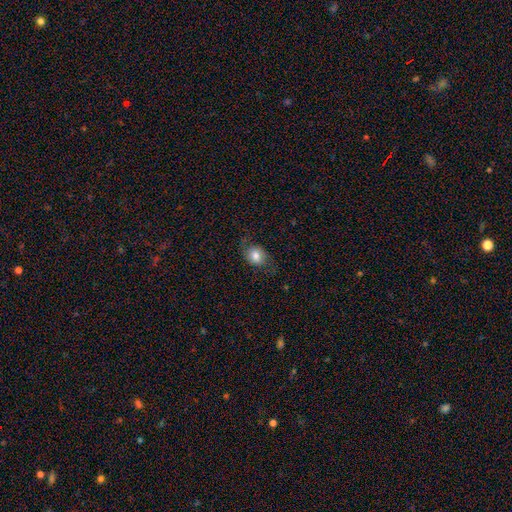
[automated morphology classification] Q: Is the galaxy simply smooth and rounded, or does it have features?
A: smooth — 71%.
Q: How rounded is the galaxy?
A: in between — 50%.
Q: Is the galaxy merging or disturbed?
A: none — 69%.